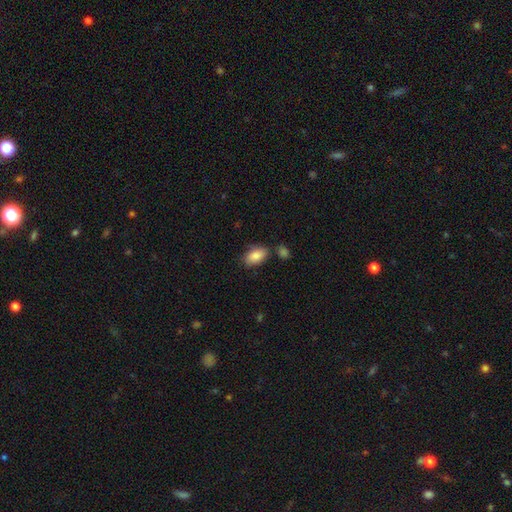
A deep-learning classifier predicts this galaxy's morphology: A smooth galaxy with no disk features (85%) that is in between round and cigar-shaped (92%). Merging: none (73%).